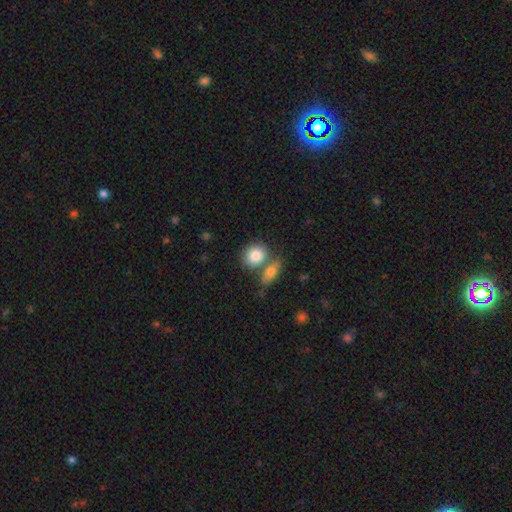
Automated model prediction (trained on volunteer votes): Q: Smooth or featured?
A: smooth (83%); runner-up: featured or disk (10%)
Q: How rounded?
A: round (59%); runner-up: in between (39%)
Q: Merging?
A: none (48%); runner-up: merger (38%)